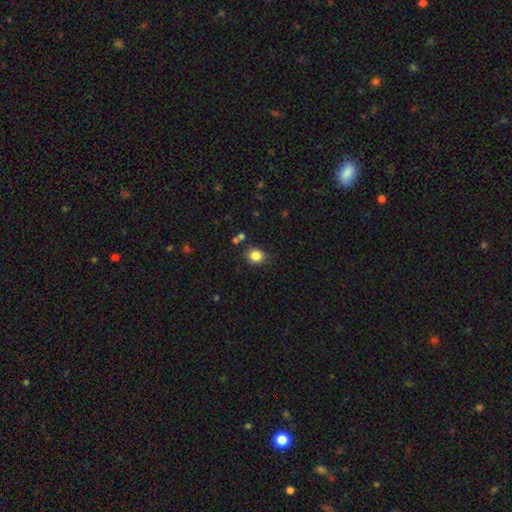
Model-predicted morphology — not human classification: A smooth galaxy with no disk features (84%) that is round (70%).

Vote fractions:
- Smooth or featured? smooth: 84% / star or artifact: 11% / featured or disk: 5%
- How rounded? round: 70% / in between: 30% / cigar-shaped: 1%
- Merging? none: 80% / minor disturbance: 12% / merger: 4% / major disturbance: 3%